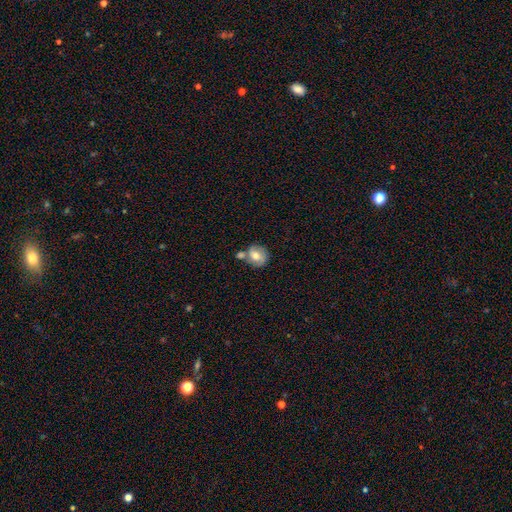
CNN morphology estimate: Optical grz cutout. It shows a smooth galaxy with no disk features (58%) that is round (77%). Merging: none (51%).